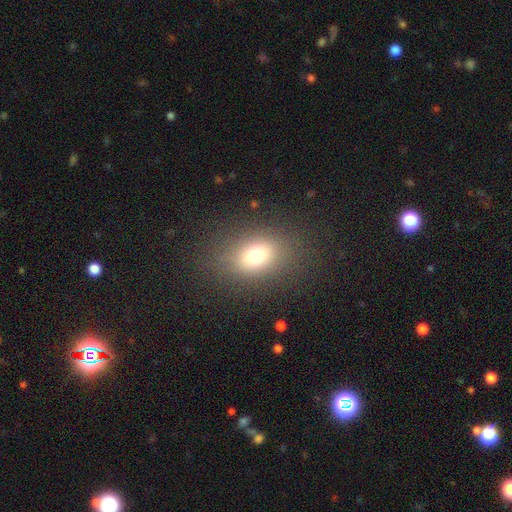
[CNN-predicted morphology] Smooth or featured?
  - smooth: 73% *
  - star or artifact: 15%
  - featured or disk: 12%
How rounded?
  - in between: 63% *
  - round: 36%
  - cigar-shaped: 1%
Merging?
  - none: 82% *
  - minor disturbance: 10%
  - major disturbance: 6%
  - merger: 1%